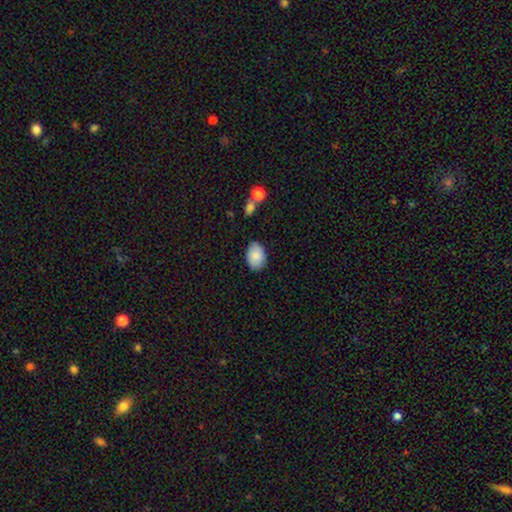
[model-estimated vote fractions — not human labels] smooth 85%, featured or disk 8%, star or artifact 7%. Down the decision tree: how rounded — in between (85%); merging — none (82%).